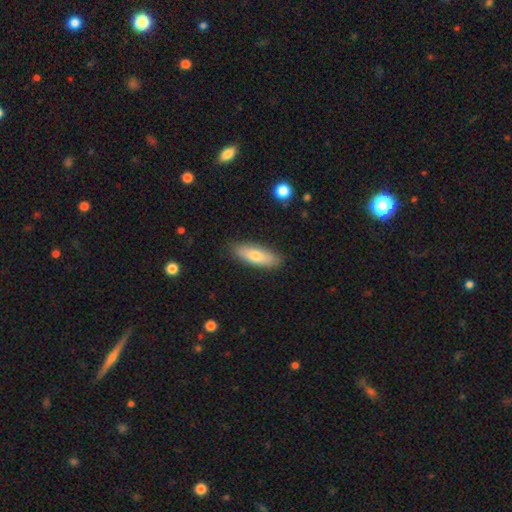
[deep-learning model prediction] A smooth galaxy with no disk features (72%) that is in between round and cigar-shaped (57%).

Vote fractions:
- Smooth or featured? smooth: 72% / featured or disk: 22% / star or artifact: 6%
- How rounded? in between: 57% / cigar-shaped: 41% / round: 2%
- Merging? none: 87% / minor disturbance: 10% / major disturbance: 2% / merger: 1%